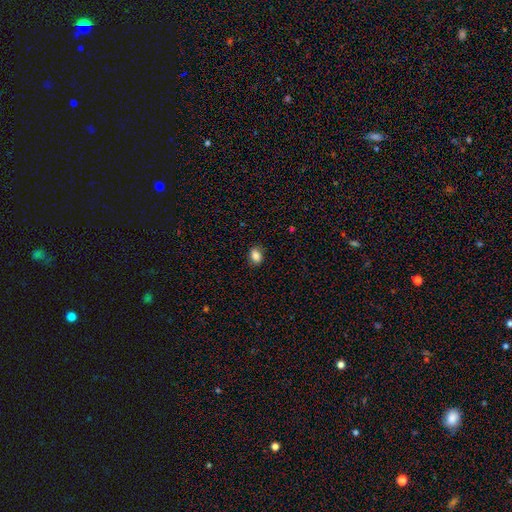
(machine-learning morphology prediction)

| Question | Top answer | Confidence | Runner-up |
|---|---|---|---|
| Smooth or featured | smooth | 87% | star or artifact (9%) |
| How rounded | in between | 74% | round (25%) |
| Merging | none | 87% | minor disturbance (10%) |